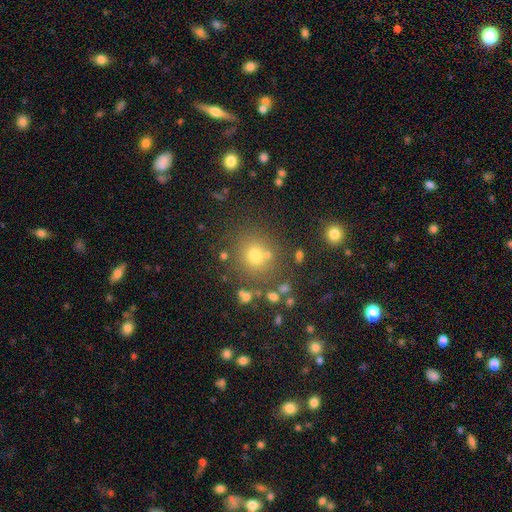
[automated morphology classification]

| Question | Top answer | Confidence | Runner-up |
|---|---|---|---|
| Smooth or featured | smooth | 69% | star or artifact (22%) |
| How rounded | round | 84% | in between (15%) |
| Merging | none | 76% | merger (10%) |